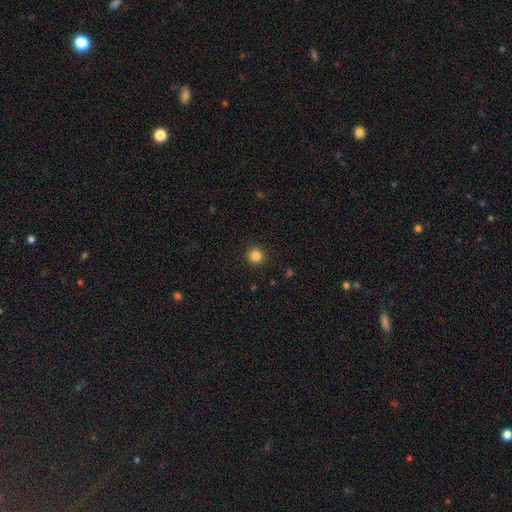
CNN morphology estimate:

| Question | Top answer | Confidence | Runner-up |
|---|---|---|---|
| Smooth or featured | smooth | 84% | star or artifact (12%) |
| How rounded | round | 95% | in between (4%) |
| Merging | none | 92% | minor disturbance (5%) |